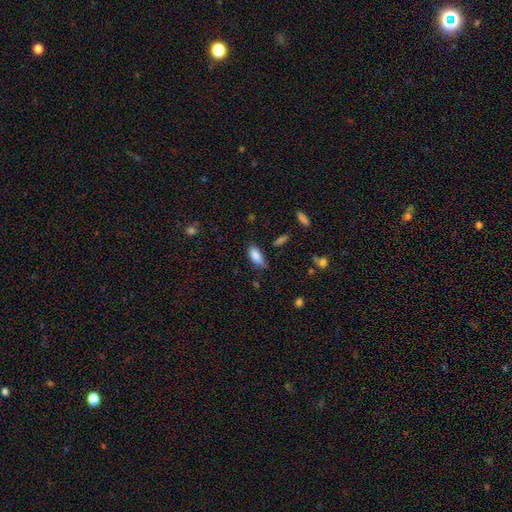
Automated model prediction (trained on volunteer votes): This is clearly a smooth galaxy (86%). How rounded: clearly in between (87%). Merging: likely none (71%).